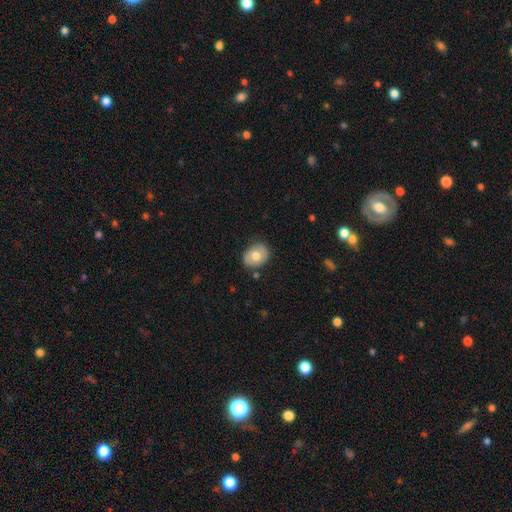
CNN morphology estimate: Q: Smooth or featured?
A: smooth (69%); runner-up: featured or disk (23%)
Q: How rounded?
A: round (54%); runner-up: in between (45%)
Q: Merging?
A: none (79%); runner-up: minor disturbance (15%)